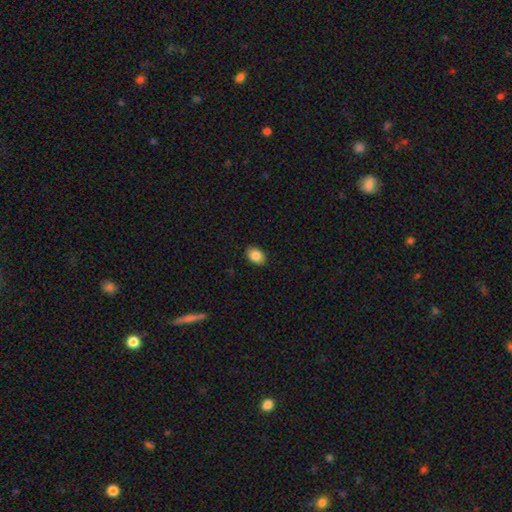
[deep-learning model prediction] Smooth or featured? Predicted: smooth (p=0.86). How rounded? Predicted: in between (p=0.79). Merging? Predicted: none (p=0.90).